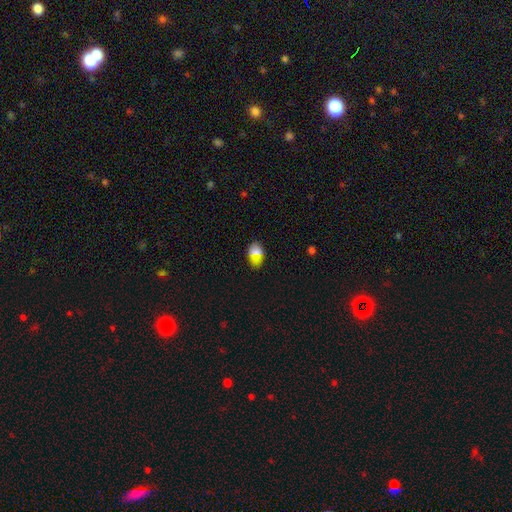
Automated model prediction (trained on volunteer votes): Smooth or featured? smooth (69%)
How rounded? in between (83%)
Merging? none (83%)